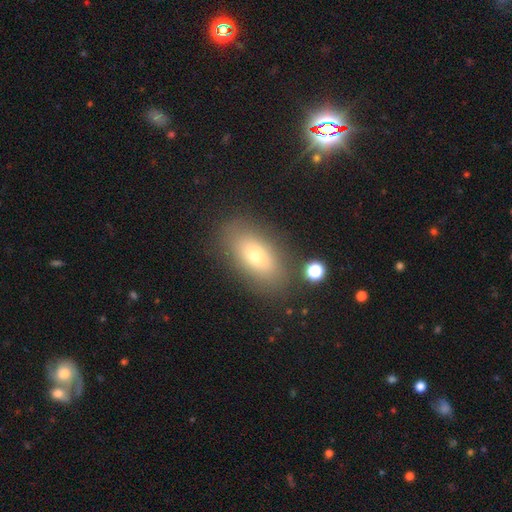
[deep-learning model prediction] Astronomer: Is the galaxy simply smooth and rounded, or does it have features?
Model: smooth — 68%.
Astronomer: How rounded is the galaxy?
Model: in between — 87%.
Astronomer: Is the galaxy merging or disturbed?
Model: none — 82%.